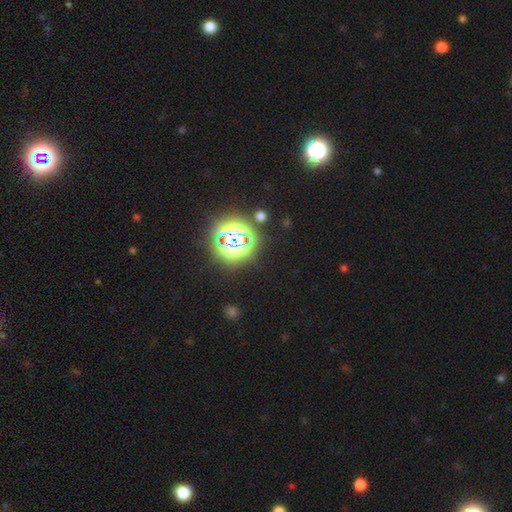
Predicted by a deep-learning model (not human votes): Smooth or featured: star or artifact — 80% (smooth — 14%)